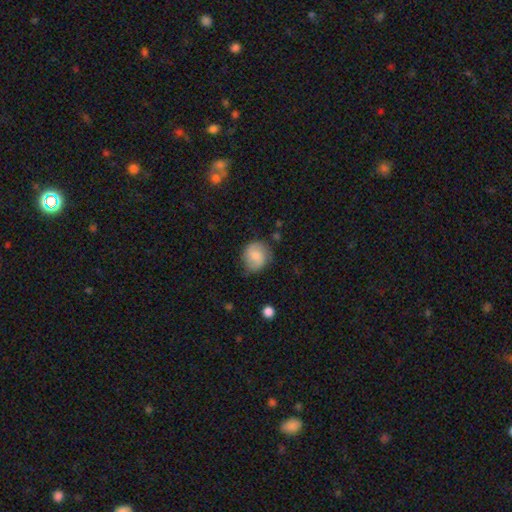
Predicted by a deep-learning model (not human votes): Smooth or featured?
  - smooth: 63% *
  - featured or disk: 29%
  - star or artifact: 8%
How rounded?
  - round: 82% *
  - in between: 17%
  - cigar-shaped: 1%
Merging?
  - none: 74% *
  - minor disturbance: 19%
  - major disturbance: 5%
  - merger: 2%